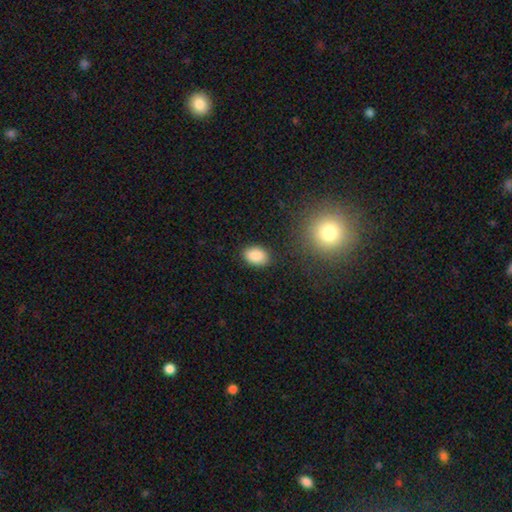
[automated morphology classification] Smooth or featured? Predicted: smooth (p=0.88). How rounded? Predicted: in between (p=0.84). Merging? Predicted: none (p=0.86).